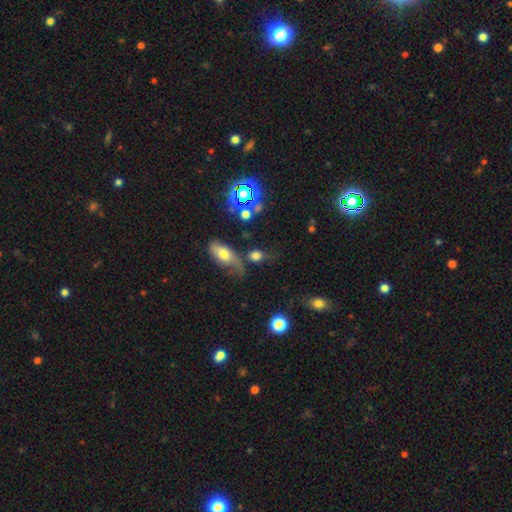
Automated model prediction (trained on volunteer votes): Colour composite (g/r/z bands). It shows a smooth galaxy with no disk features (65%) that is in between round and cigar-shaped (53%). Merging: none (44%).